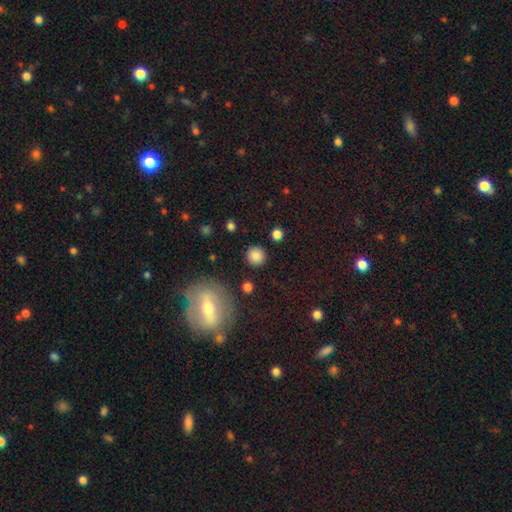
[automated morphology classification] A smooth galaxy with no disk features (84%) that is round (92%). Merging: none (89%).